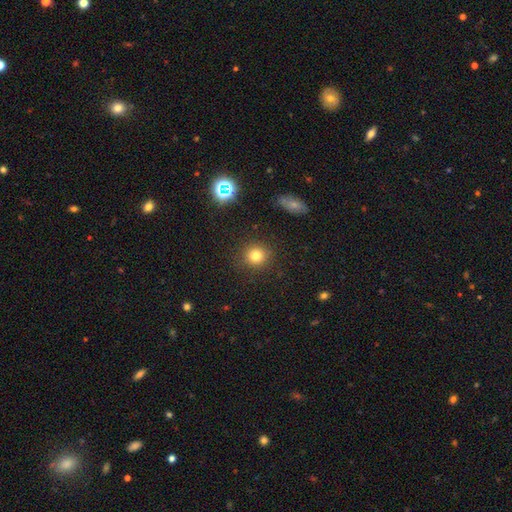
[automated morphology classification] type=smooth (78%); roundness=round (91%); merging=none (90%).